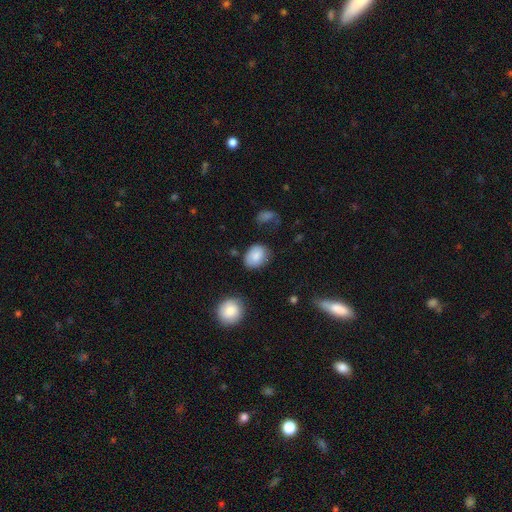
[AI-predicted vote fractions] Smooth or featured: smooth — 84% (featured or disk — 8%)
How rounded: in between — 59% (round — 40%)
Merging: none — 70% (minor disturbance — 22%)